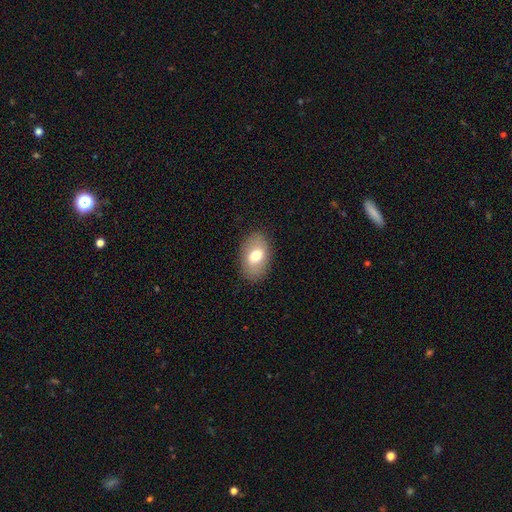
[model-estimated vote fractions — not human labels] Smooth or featured?
  - smooth: 71% *
  - featured or disk: 21%
  - star or artifact: 8%
How rounded?
  - in between: 87% *
  - round: 11%
  - cigar-shaped: 1%
Merging?
  - none: 86% *
  - minor disturbance: 10%
  - major disturbance: 3%
  - merger: 1%